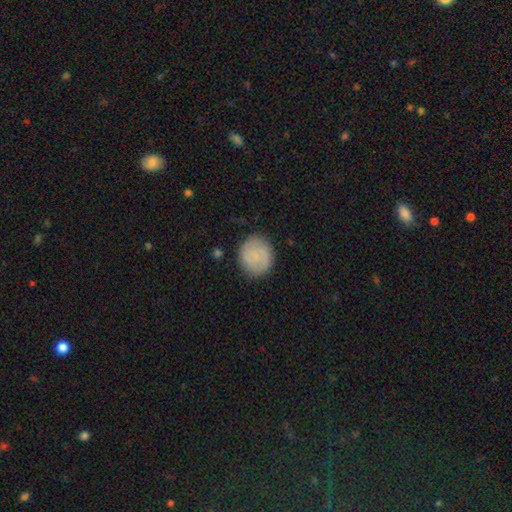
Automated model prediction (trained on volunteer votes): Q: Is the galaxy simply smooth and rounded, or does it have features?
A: smooth — 77%.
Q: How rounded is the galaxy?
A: round — 80%.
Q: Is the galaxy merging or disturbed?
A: none — 84%.